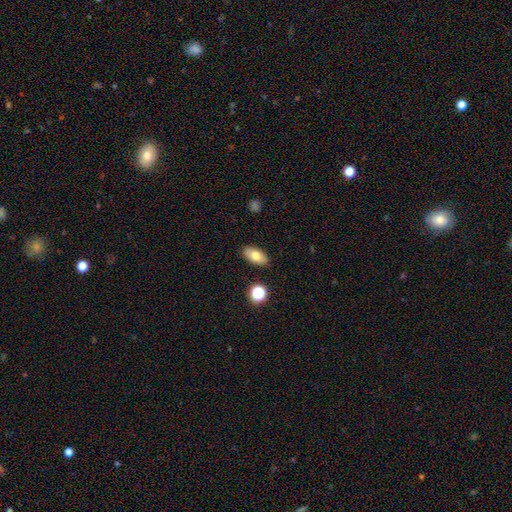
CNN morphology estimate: A smooth galaxy with no disk features (75%) that is in between round and cigar-shaped (91%).

Vote fractions:
- Smooth or featured? smooth: 75% / featured or disk: 16% / star or artifact: 9%
- How rounded? in between: 91% / round: 5% / cigar-shaped: 3%
- Merging? none: 88% / minor disturbance: 8% / major disturbance: 2% / merger: 2%